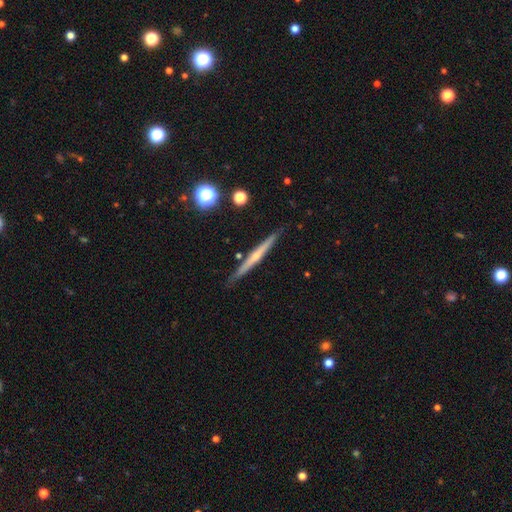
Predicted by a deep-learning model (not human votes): Q: Smooth or featured?
A: featured or disk (67%); runner-up: smooth (26%)
Q: Edge-on disk?
A: yes (98%); runner-up: no (2%)
Q: Edge-on bulge?
A: rounded (52%); runner-up: none (44%)
Q: Merging?
A: none (90%); runner-up: minor disturbance (7%)